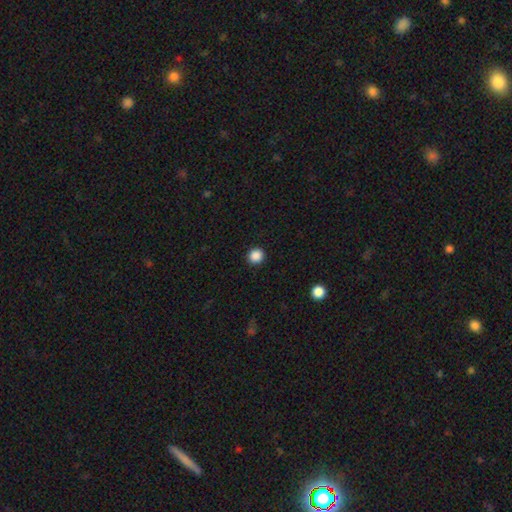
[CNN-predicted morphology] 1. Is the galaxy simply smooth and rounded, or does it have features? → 88% smooth, 10% star or artifact, 2% featured or disk.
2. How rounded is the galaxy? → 93% round, 6% in between, 1% cigar-shaped.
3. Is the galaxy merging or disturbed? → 92% none, 5% minor disturbance, 2% major disturbance, 1% merger.